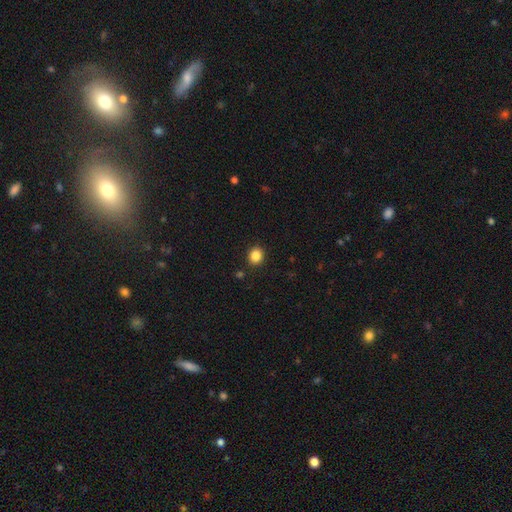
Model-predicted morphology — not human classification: Smooth or featured: smooth — 86% (star or artifact — 11%)
How rounded: round — 77% (in between — 23%)
Merging: none — 90% (minor disturbance — 6%)